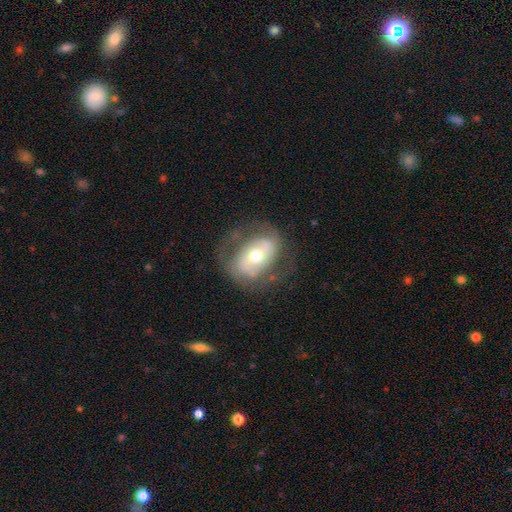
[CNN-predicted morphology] Smooth or featured?
  - featured or disk: 67% *
  - smooth: 26%
  - star or artifact: 7%
Edge-on disk?
  - no: 95% *
  - yes: 5%
Bar?
  - no: 44% *
  - weak: 31%
  - strong: 26%
Spiral arms?
  - yes: 66% *
  - no: 34%
Bulge size?
  - moderate: 65% *
  - small: 26%
  - large: 7%
  - dominant: 1%
  - none: 1%
Merging?
  - none: 64% *
  - minor disturbance: 20%
  - major disturbance: 15%
  - merger: 2%